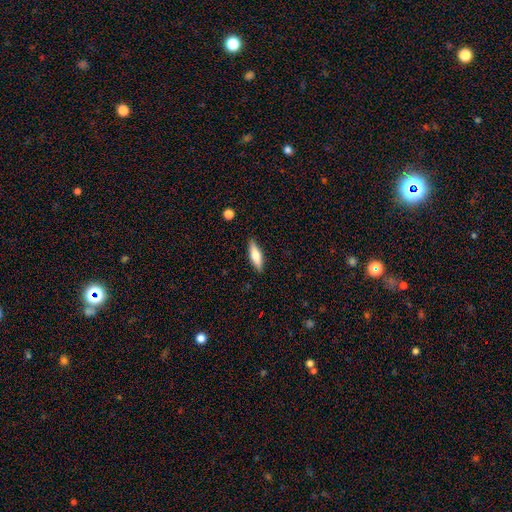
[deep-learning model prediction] This is likely a smooth galaxy (65%). How rounded: possibly cigar-shaped (52%). Merging: clearly none (87%).